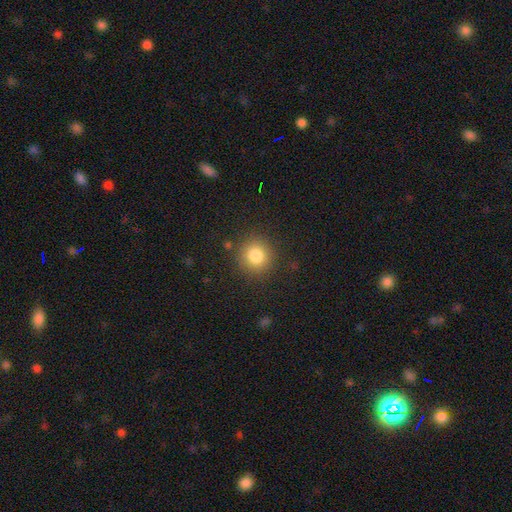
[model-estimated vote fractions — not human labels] A smooth galaxy with no disk features (83%) that is round (91%).

Vote fractions:
- Smooth or featured? smooth: 83% / star or artifact: 11% / featured or disk: 6%
- How rounded? round: 91% / in between: 8% / cigar-shaped: 1%
- Merging? none: 87% / minor disturbance: 8% / major disturbance: 3% / merger: 2%